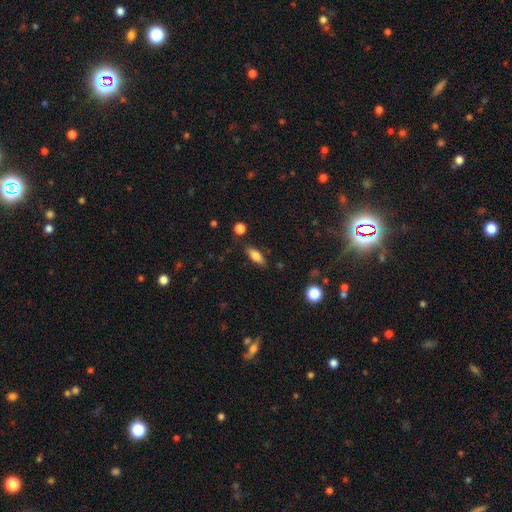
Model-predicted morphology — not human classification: Smooth or featured? smooth (74%)
How rounded? in between (73%)
Merging? none (80%)